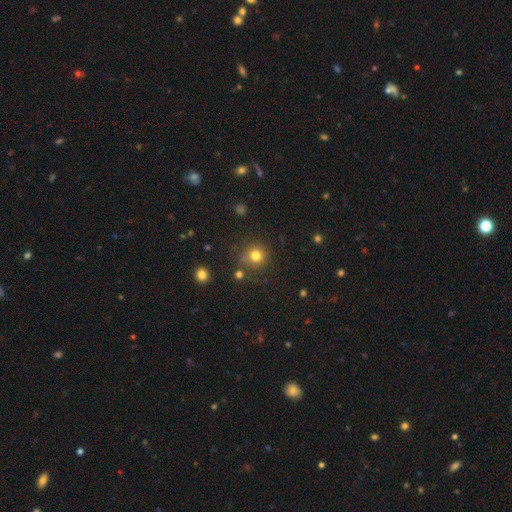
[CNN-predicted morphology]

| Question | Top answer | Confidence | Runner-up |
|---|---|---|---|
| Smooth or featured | smooth | 78% | star or artifact (15%) |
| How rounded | round | 93% | in between (6%) |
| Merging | none | 78% | minor disturbance (10%) |